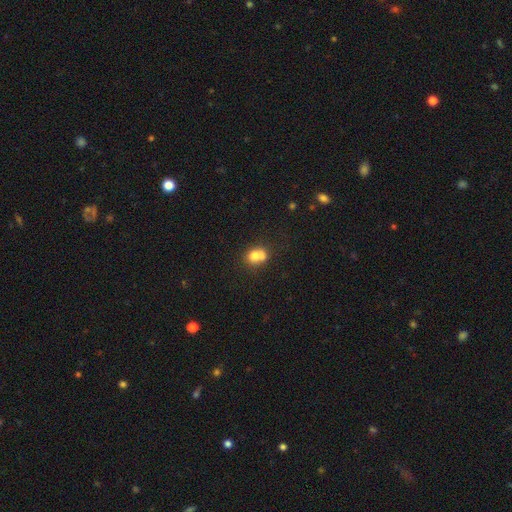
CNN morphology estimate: smooth-or-featured: smooth: 72% | featured or disk: 17% | star or artifact: 11%
  how-rounded: round: 64% | in between: 35% | cigar-shaped: 1%
  merging: merger: 48% | none: 35% | minor disturbance: 12% | major disturbance: 5%